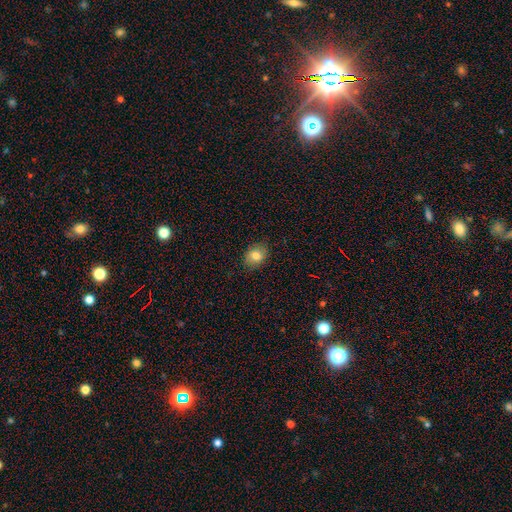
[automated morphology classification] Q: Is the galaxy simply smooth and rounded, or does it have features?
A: smooth — 80%.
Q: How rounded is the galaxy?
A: in between — 55%.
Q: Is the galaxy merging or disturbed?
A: none — 83%.